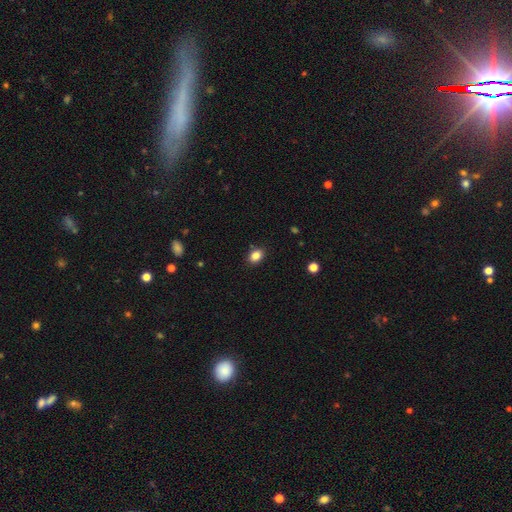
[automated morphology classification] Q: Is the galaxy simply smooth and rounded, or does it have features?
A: smooth — 85%.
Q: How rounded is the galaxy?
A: in between — 69%.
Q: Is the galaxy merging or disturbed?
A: none — 88%.